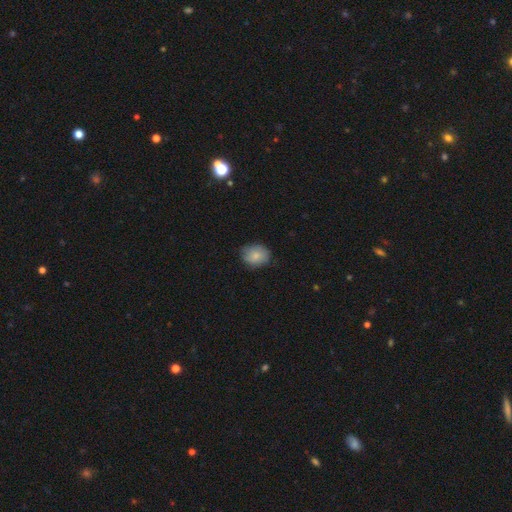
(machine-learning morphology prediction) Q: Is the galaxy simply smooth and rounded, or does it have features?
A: smooth — 81%.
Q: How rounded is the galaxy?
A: round — 56%.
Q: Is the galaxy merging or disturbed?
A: none — 75%.